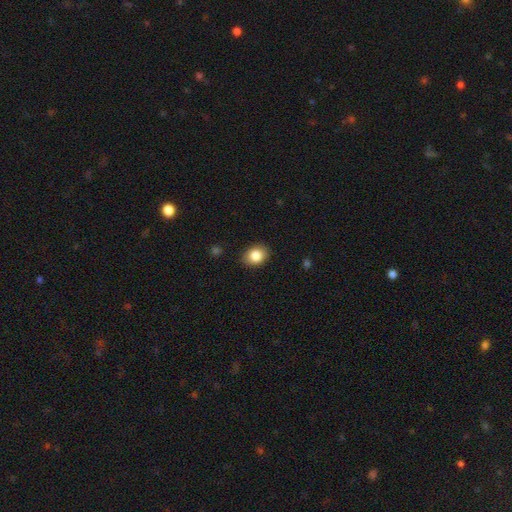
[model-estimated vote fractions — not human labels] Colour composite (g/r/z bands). It shows a smooth galaxy with no disk features (85%) that is in between round and cigar-shaped (62%). Merging: none (87%).